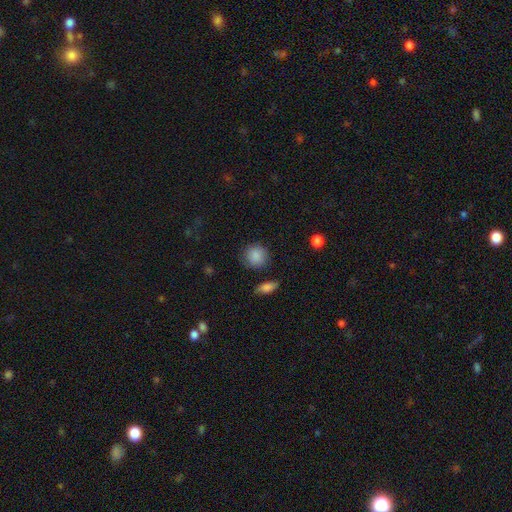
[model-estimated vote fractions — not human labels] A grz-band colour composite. It shows a smooth galaxy with no disk features (87%) that is round (87%). Merging: none (82%).